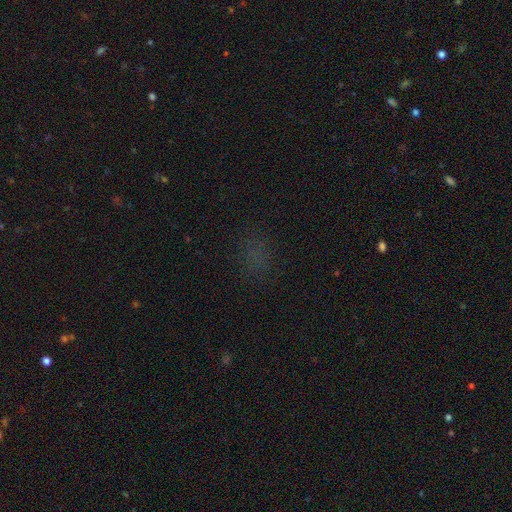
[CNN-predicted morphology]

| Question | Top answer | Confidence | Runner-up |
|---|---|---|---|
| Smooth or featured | smooth | 52% | star or artifact (39%) |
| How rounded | round | 49% | in between (47%) |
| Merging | none | 79% | minor disturbance (13%) |